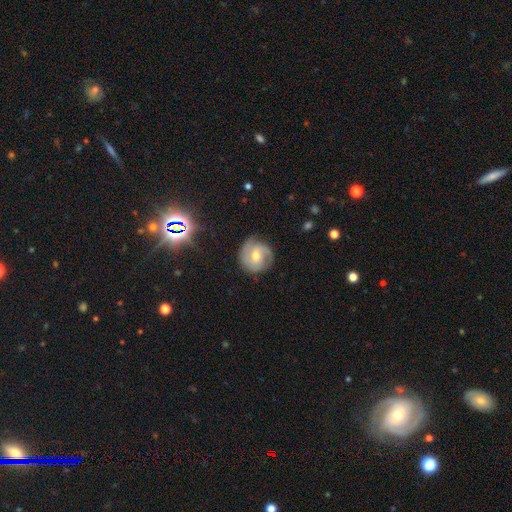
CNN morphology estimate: A featured or disk galaxy (68%) with no bar (48%), 2 (56%) tight (44%) spiral arms (90%) and a moderate central bulge (60%). Merging: none (74%).